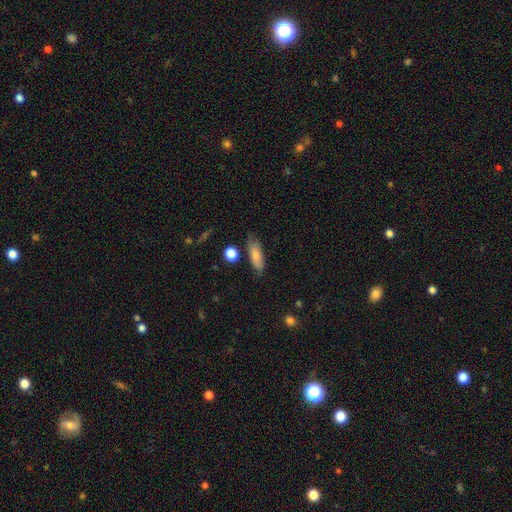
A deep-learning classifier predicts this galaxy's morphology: A smooth galaxy with no disk features (78%) that is in between round and cigar-shaped (63%). Merging: none (71%).